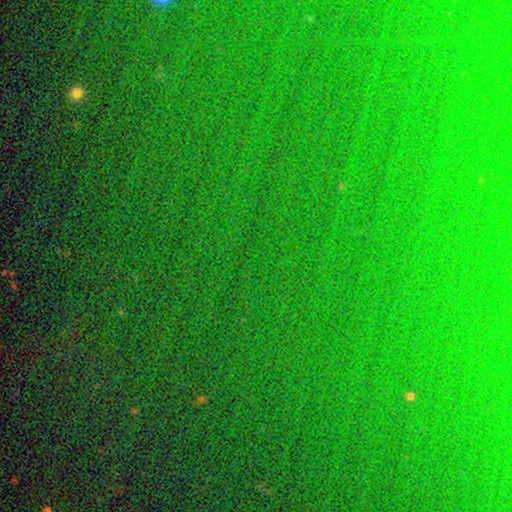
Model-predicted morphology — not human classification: Smooth or featured: star or artifact — 80% (smooth — 11%)